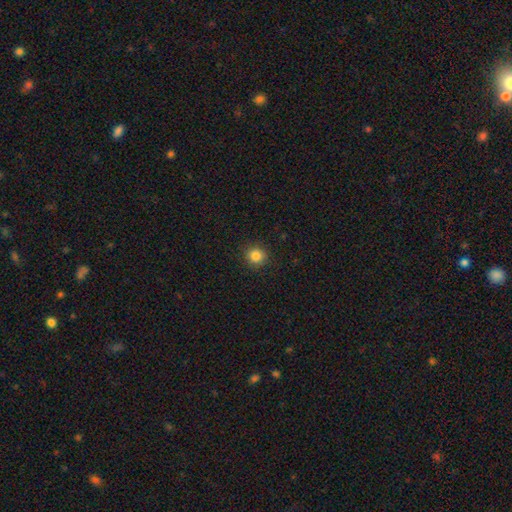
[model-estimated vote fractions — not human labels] This appears to be a smooth galaxy with no disk features (84%) that is round (91%). Merging: none (91%).